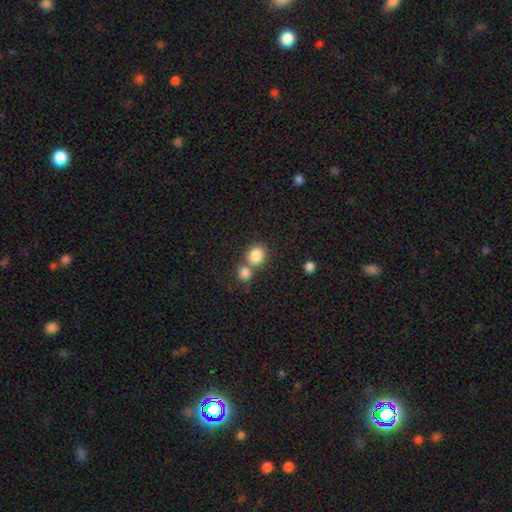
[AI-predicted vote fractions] smooth_or_featured: smooth (p=0.84) [alt: star or artifact p=0.10]
how_rounded: round (p=0.82) [alt: in between p=0.17]
merging: none (p=0.49) [alt: merger p=0.41]